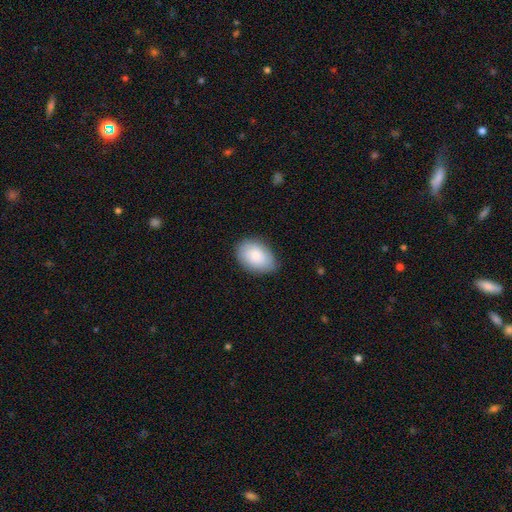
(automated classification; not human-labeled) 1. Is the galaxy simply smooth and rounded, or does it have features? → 74% smooth, 20% featured or disk, 6% star or artifact.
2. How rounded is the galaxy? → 84% in between, 15% round, 1% cigar-shaped.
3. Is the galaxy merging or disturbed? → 78% none, 17% minor disturbance, 3% major disturbance, 1% merger.